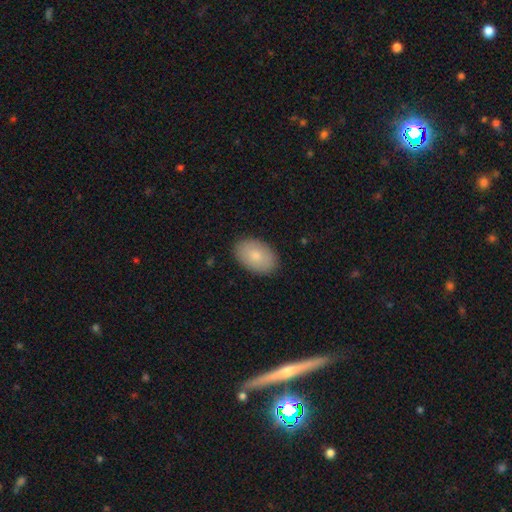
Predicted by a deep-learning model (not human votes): Smooth or featured? smooth (81%)
How rounded? in between (89%)
Merging? none (88%)